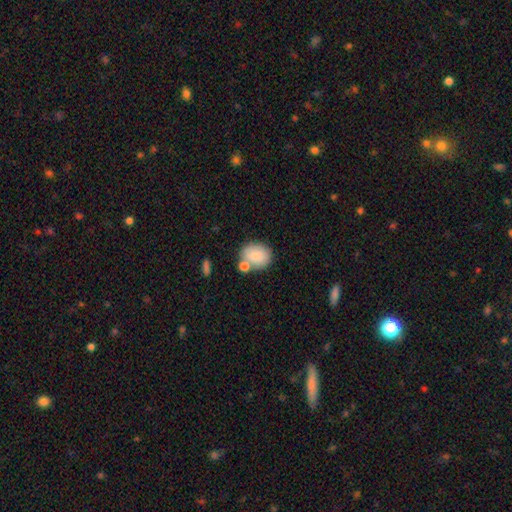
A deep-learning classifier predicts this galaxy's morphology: A smooth galaxy with no disk features (83%) that is in between round and cigar-shaped (51%). Merging: none (58%).